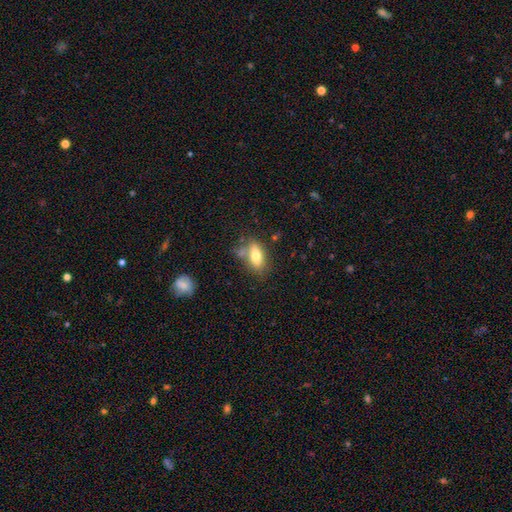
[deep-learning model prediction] This is likely a smooth galaxy (74%). How rounded: clearly in between (83%). Merging: likely none (62%).